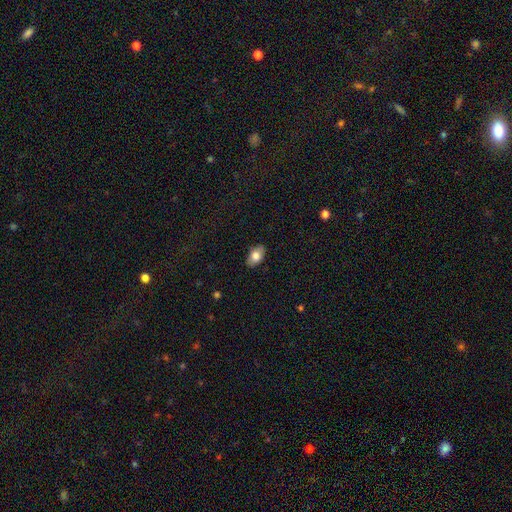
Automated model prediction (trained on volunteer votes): Q: Smooth or featured?
A: smooth (76%); runner-up: featured or disk (16%)
Q: How rounded?
A: in between (91%); runner-up: round (7%)
Q: Merging?
A: none (86%); runner-up: minor disturbance (11%)